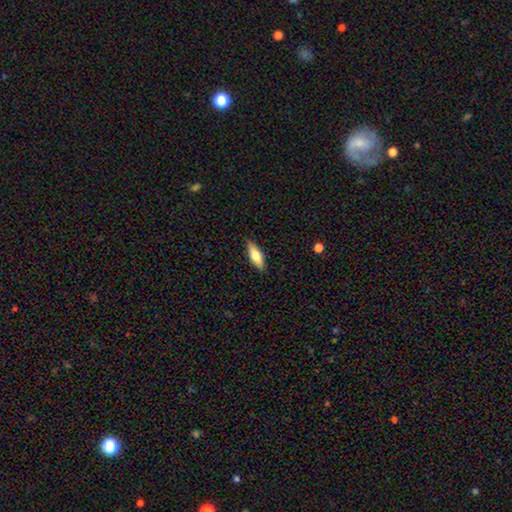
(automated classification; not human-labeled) Morphology: type=smooth (69%); roundness=in between (55%); merging=none (87%).